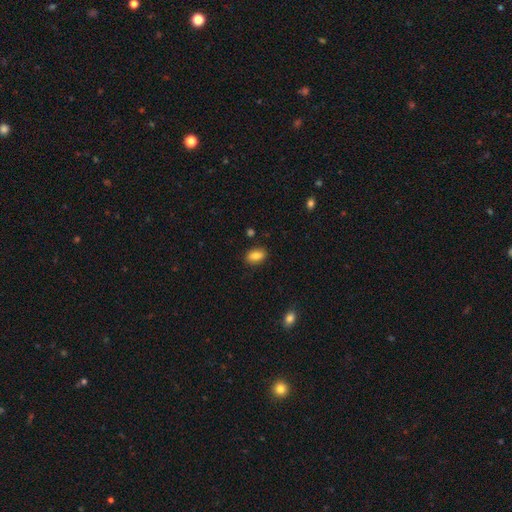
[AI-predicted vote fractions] This appears to be a smooth galaxy with no disk features (85%) that is in between round and cigar-shaped (86%). Merging: none (86%).